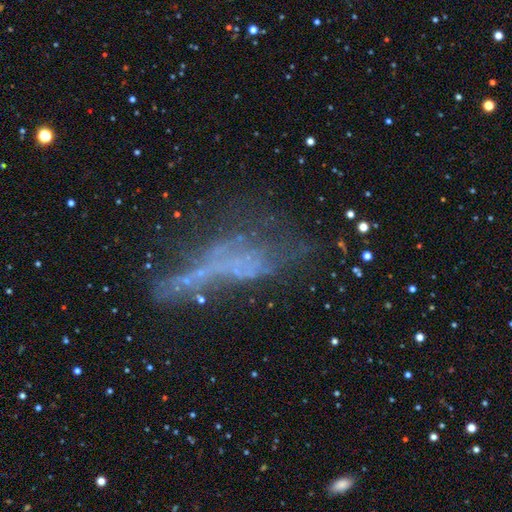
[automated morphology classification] Smooth or featured? Predicted: featured or disk (p=0.48). Merging? Predicted: major disturbance (p=0.36).